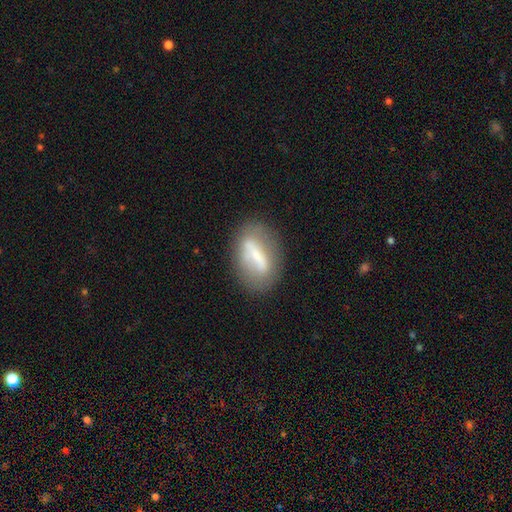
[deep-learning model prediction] Q: Smooth or featured?
A: featured or disk (47%); runner-up: smooth (45%)
Q: Merging?
A: none (74%); runner-up: minor disturbance (17%)